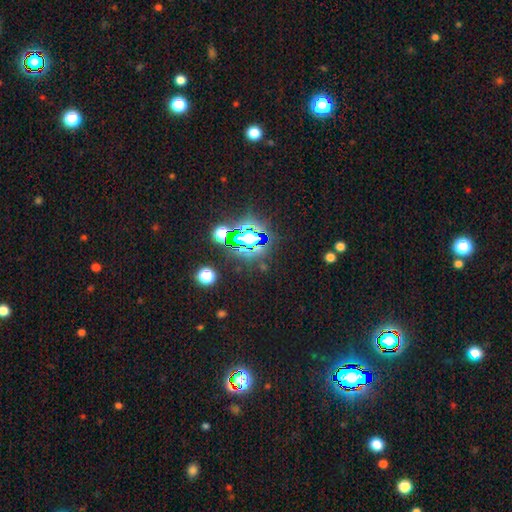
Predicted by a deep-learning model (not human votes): Smooth or featured? star or artifact (81%)